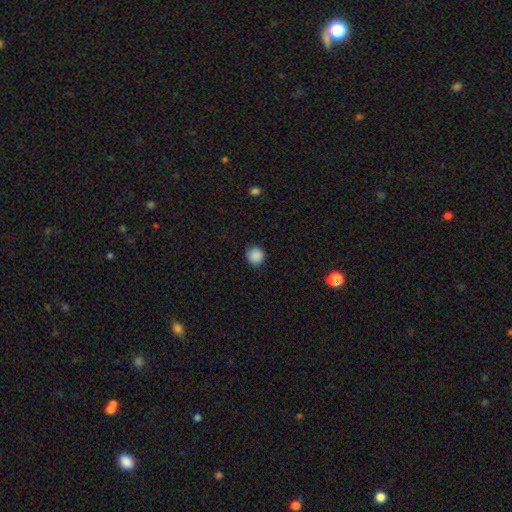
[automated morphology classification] smooth_or_featured: smooth (p=0.88) [alt: star or artifact p=0.10]
how_rounded: round (p=0.92) [alt: in between p=0.07]
merging: none (p=0.89) [alt: minor disturbance p=0.08]